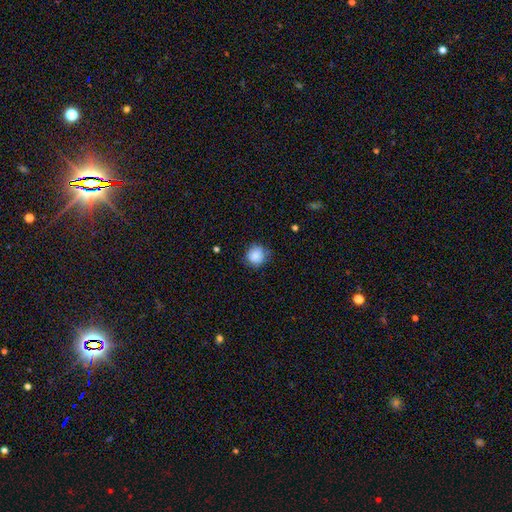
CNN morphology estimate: Overall: smooth (86%). How rounded: round (90%). Merging: none (75%).